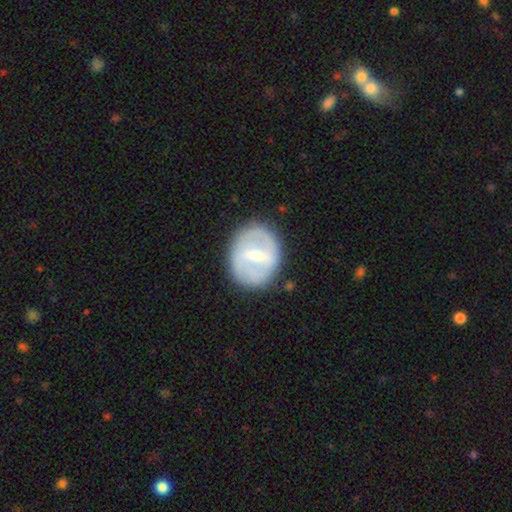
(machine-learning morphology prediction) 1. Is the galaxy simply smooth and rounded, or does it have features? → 63% featured or disk, 31% smooth, 6% star or artifact.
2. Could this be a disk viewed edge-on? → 95% no, 5% yes.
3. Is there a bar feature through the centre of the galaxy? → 53% strong, 38% weak, 9% no.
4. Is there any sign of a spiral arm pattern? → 59% no, 41% yes.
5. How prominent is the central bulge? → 46% moderate, 44% small, 5% none, 4% large, 1% dominant.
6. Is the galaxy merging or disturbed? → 79% none, 14% minor disturbance, 5% major disturbance, 2% merger.